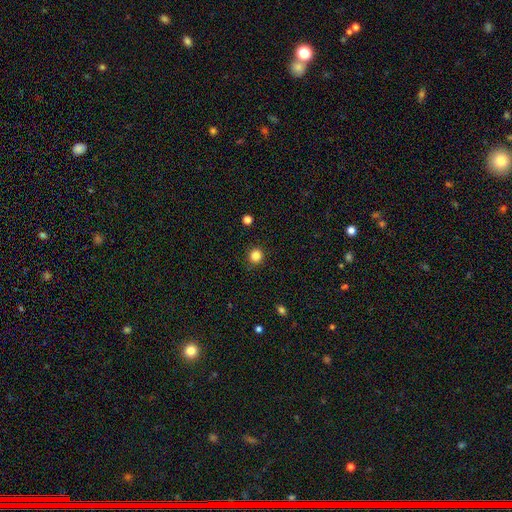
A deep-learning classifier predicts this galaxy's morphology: A smooth galaxy with no disk features (84%) that is round (93%). Merging: none (91%).